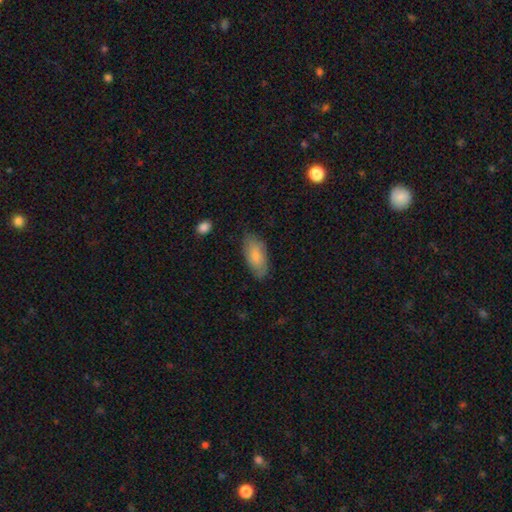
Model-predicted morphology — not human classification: Smooth or featured? Predicted: smooth (p=0.72). How rounded? Predicted: in between (p=0.91). Merging? Predicted: none (p=0.73).